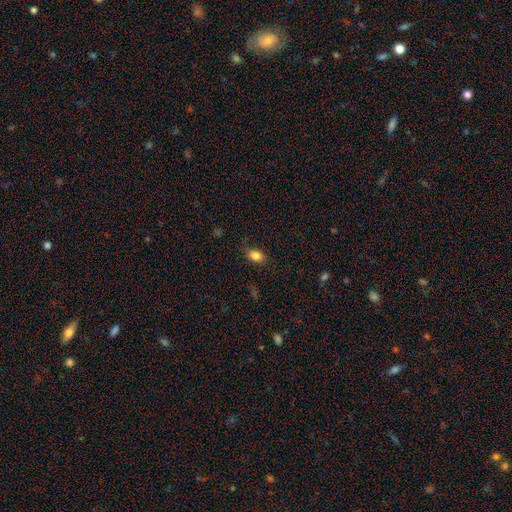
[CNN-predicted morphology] smooth 83%, star or artifact 10%, featured or disk 7%. Down the decision tree: how rounded — in between (78%); merging — none (83%).